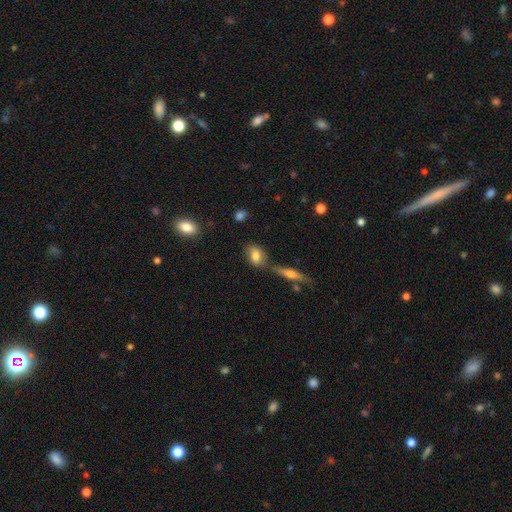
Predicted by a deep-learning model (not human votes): This appears to be a smooth galaxy with no disk features (74%) that is in between round and cigar-shaped (81%). Merging: none (62%).